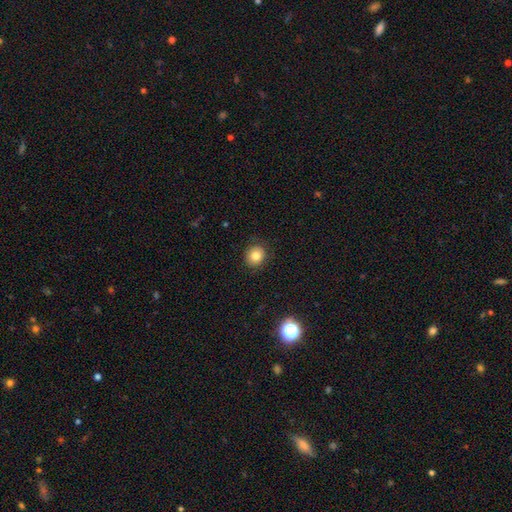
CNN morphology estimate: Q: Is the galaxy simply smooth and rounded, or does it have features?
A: smooth — 81%.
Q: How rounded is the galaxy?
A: round — 85%.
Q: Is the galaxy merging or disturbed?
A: none — 87%.